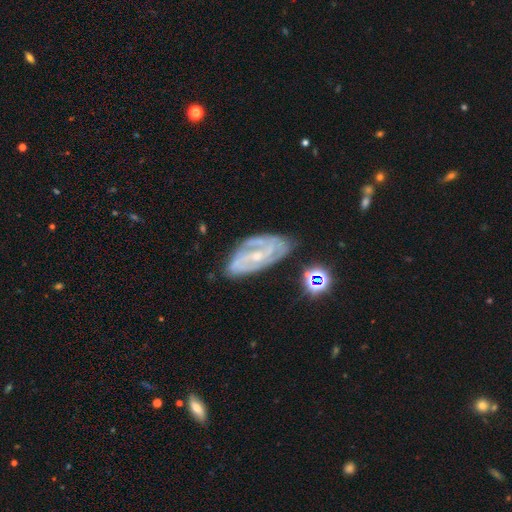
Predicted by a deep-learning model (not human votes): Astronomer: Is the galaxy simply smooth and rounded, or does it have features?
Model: featured or disk — 79%.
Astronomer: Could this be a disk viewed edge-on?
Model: no — 93%.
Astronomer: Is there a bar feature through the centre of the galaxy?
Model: weak — 40% (runner-up: no, 39%).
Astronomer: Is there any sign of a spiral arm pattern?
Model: yes — 90%.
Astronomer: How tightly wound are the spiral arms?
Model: tight — 50% (runner-up: medium, 38%).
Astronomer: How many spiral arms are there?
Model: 2 — 51%.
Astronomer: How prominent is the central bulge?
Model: small — 72%.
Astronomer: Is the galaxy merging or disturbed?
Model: none — 71%.